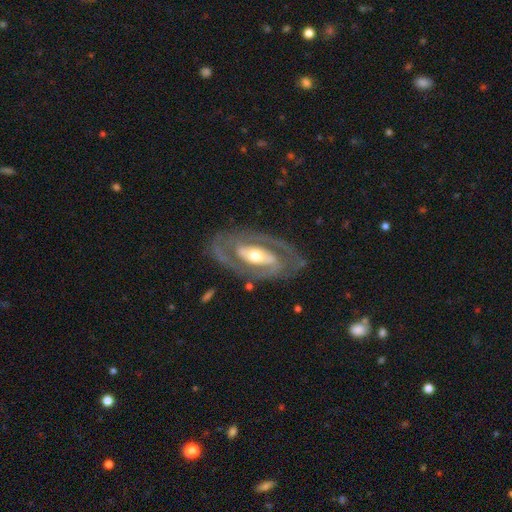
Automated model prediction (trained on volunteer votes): The model was most divided on "spiral winding": tight: 47%, medium: 40%, loose: 13%. Remaining: edge-on disk — no (93%); smooth or featured — featured or disk (85%); spiral arm count — 2 (85%); spiral arms — yes (81%); merging — none (79%); bulge size — moderate (67%); bar — strong (40%).